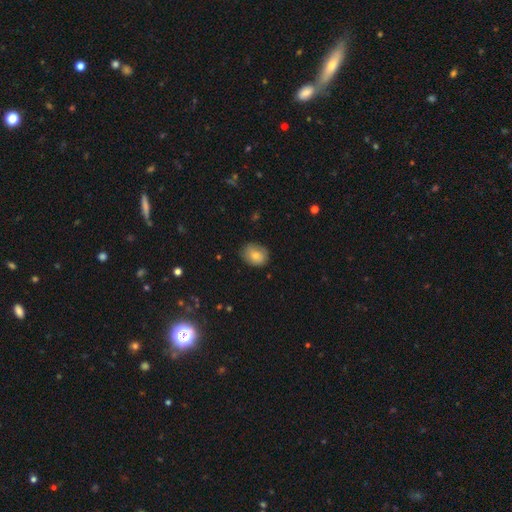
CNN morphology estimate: This is likely a smooth galaxy (79%). How rounded: possibly in between (52%). Merging: likely none (76%).